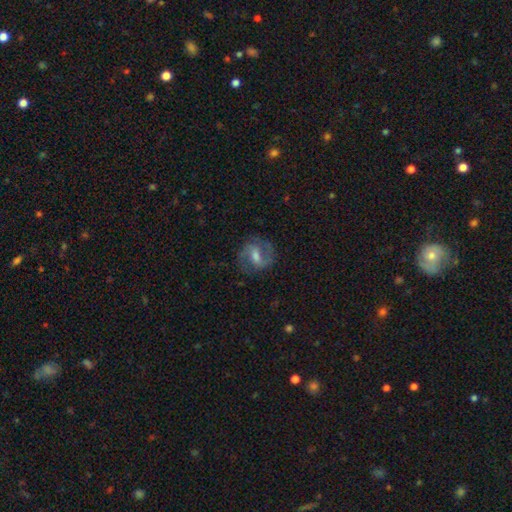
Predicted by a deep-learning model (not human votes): smooth-or-featured: featured or disk: 75% | smooth: 19% | star or artifact: 7%
  disk-edge-on: no: 97% | yes: 3%
    bar: weak: 52% | strong: 31% | no: 18%
    has-spiral-arms: yes: 92% | no: 8%
      spiral-winding: medium: 54% | loose: 24% | tight: 22%
      spiral-arm-count: 2: 87% | can't tell: 6% | 1: 3% | 3: 2% | 4: 1% | more than 4: 1%
    bulge-size: moderate: 53% | small: 27% | large: 12% | none: 7% | dominant: 1%
  merging: none: 76% | minor disturbance: 15% | major disturbance: 8% | merger: 1%